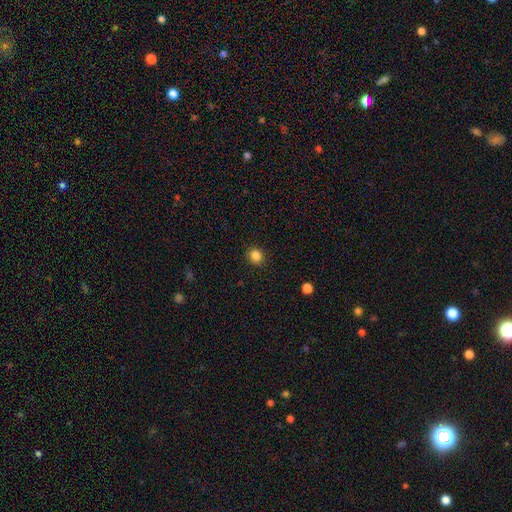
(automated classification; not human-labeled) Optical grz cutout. It shows a smooth galaxy with no disk features (84%) that is round (81%). Merging: none (91%).